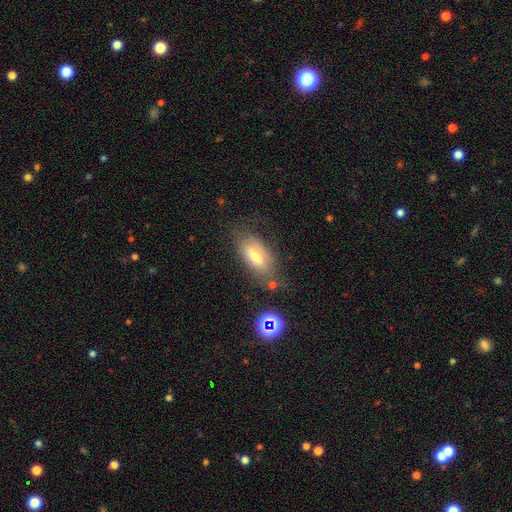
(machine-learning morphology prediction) smooth 63%, featured or disk 25%, star or artifact 12%. Down the decision tree: how rounded — in between (86%); merging — none (65%).